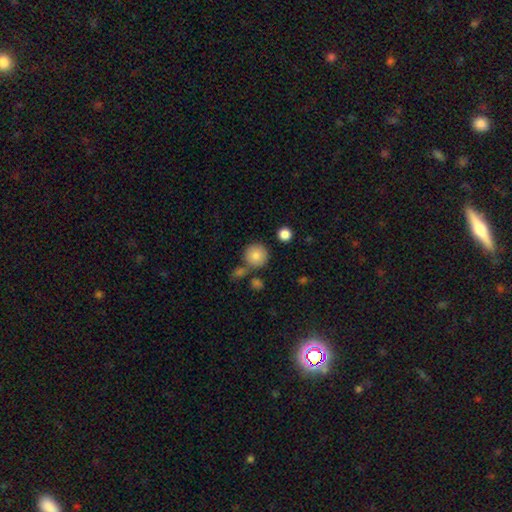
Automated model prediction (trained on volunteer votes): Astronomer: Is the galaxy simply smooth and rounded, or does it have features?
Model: smooth — 84%.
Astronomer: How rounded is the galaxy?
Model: round — 93%.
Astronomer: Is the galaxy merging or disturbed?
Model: none — 75%.